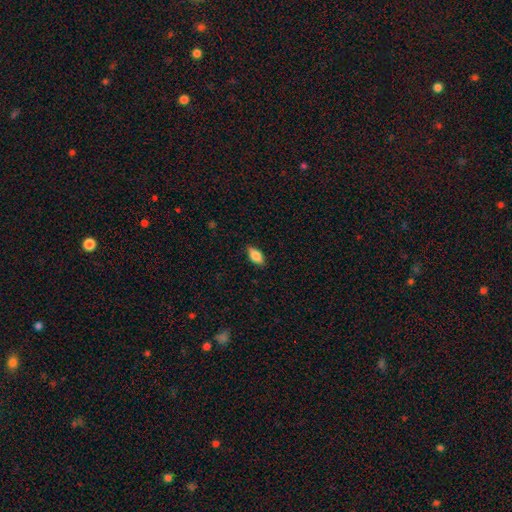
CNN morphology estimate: This appears to be a smooth galaxy with no disk features (80%) that is in between round and cigar-shaped (86%). Merging: none (85%).